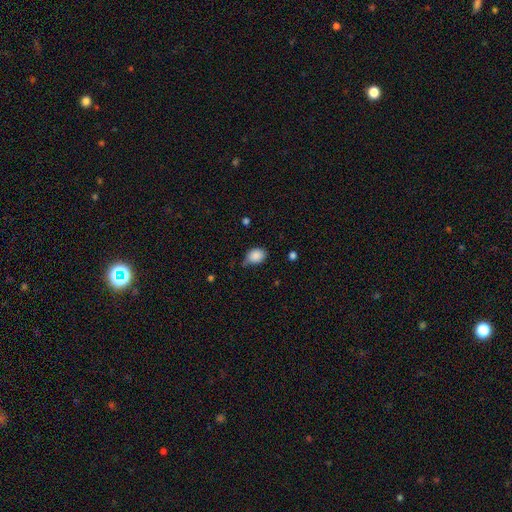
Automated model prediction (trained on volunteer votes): Smooth or featured? smooth (87%)
How rounded? in between (64%)
Merging? none (51%)